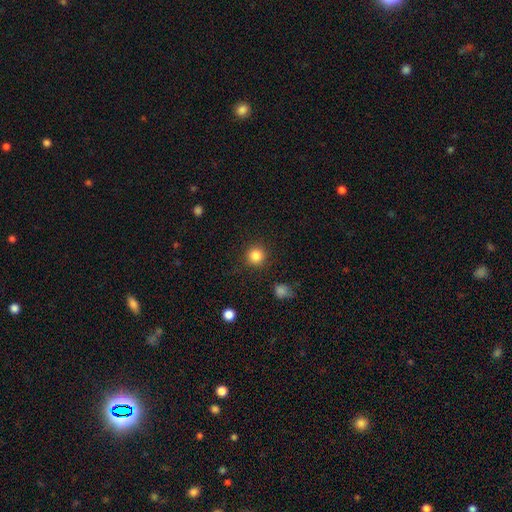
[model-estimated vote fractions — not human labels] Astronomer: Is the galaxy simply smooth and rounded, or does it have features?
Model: smooth — 85%.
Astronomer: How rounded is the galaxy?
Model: round — 94%.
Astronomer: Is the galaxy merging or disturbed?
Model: none — 89%.